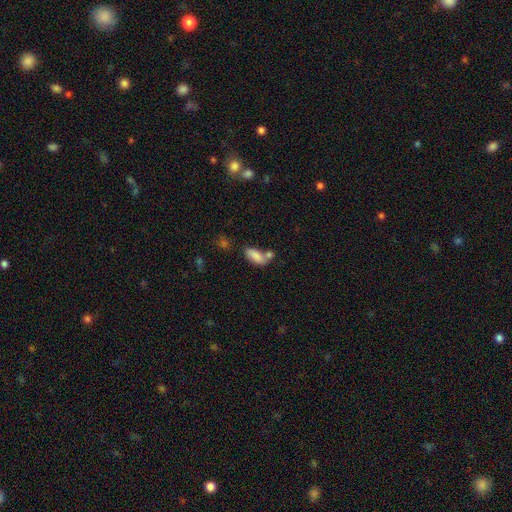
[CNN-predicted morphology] Q: Smooth or featured?
A: smooth (82%); runner-up: featured or disk (10%)
Q: How rounded?
A: in between (82%); runner-up: cigar-shaped (14%)
Q: Merging?
A: none (41%); runner-up: merger (36%)